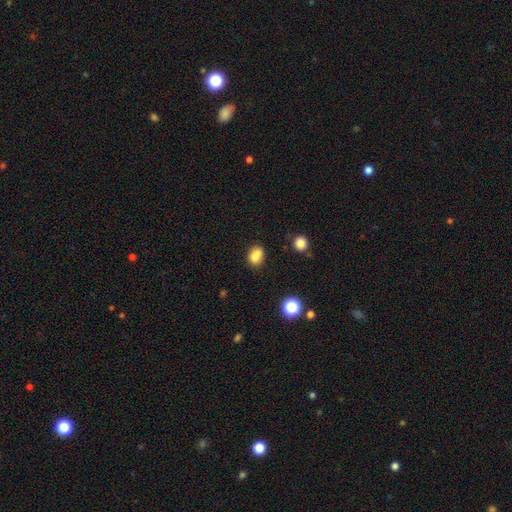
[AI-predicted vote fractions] smooth-or-featured: smooth: 79% | star or artifact: 12% | featured or disk: 9%
  how-rounded: in between: 59% | round: 40% | cigar-shaped: 1%
  merging: none: 55% | merger: 24% | minor disturbance: 16% | major disturbance: 5%